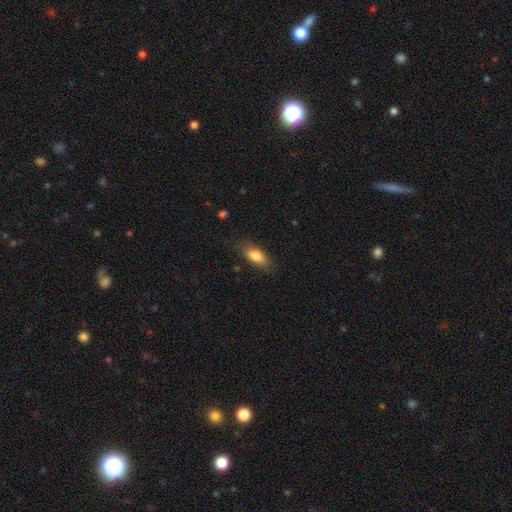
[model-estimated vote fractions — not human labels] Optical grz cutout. It shows a smooth galaxy with no disk features (80%) that is in between round and cigar-shaped (78%). Merging: none (78%).